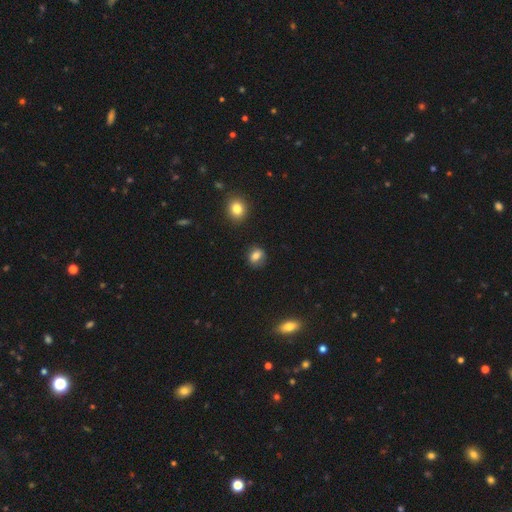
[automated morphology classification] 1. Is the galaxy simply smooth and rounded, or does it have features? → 80% smooth, 11% star or artifact, 9% featured or disk.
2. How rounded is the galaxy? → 51% round, 47% in between, 2% cigar-shaped.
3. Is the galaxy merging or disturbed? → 80% none, 13% minor disturbance, 4% major disturbance, 2% merger.